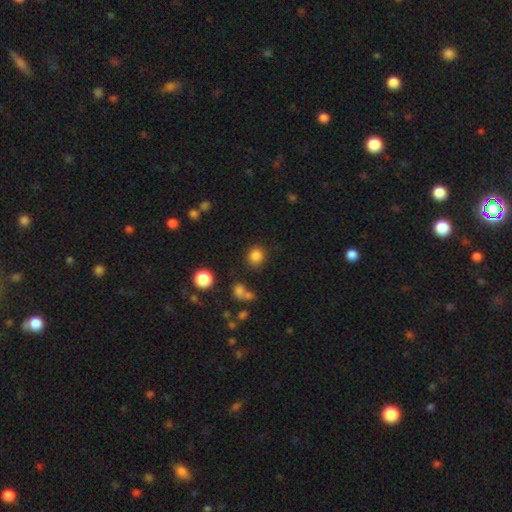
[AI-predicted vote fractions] smooth 83%, star or artifact 12%, featured or disk 4%. Down the decision tree: how rounded — round (84%); merging — none (81%).